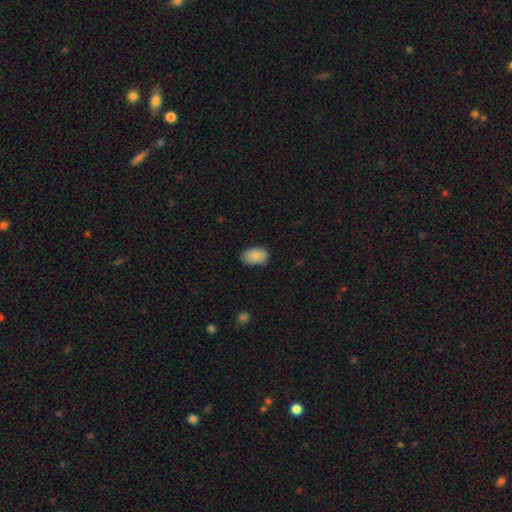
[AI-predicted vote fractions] The model was most divided on "merging": none: 82%, minor disturbance: 14%, major disturbance: 3%, merger: 1%. More confident: how rounded — in between (91%); smooth or featured — smooth (87%).